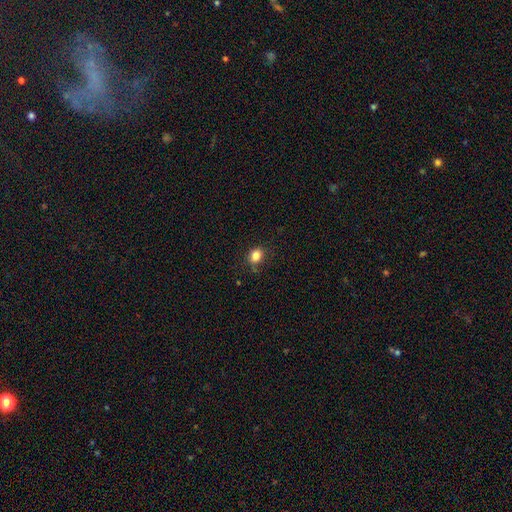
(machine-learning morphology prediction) type=smooth (84%); roundness=round (55%); merging=none (79%).